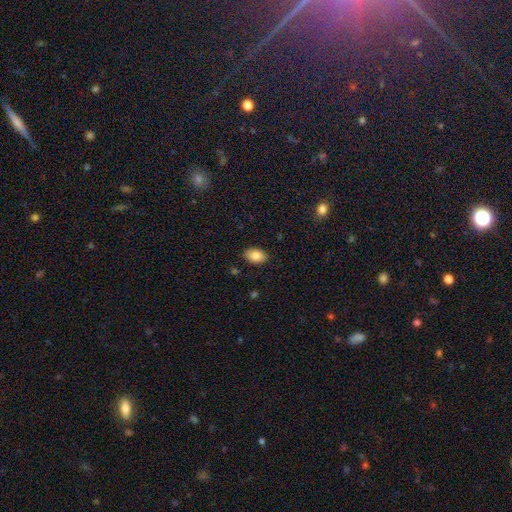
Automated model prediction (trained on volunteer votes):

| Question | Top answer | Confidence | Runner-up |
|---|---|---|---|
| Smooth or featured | smooth | 85% | star or artifact (8%) |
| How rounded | in between | 89% | round (10%) |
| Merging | none | 86% | minor disturbance (11%) |